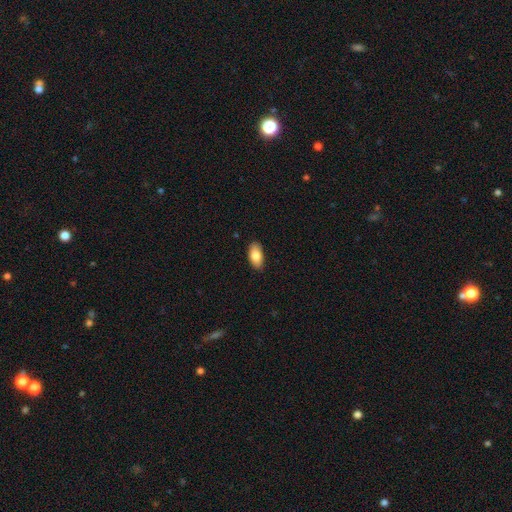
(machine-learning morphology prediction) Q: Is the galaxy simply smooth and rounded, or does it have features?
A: smooth — 83%.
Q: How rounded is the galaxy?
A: in between — 92%.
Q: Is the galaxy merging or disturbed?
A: none — 87%.